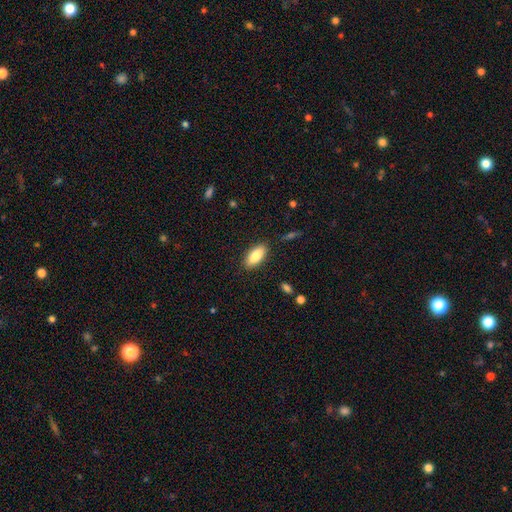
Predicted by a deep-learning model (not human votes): Smooth or featured?
  - smooth: 85% *
  - featured or disk: 9%
  - star or artifact: 6%
How rounded?
  - in between: 86% *
  - cigar-shaped: 12%
  - round: 2%
Merging?
  - none: 88% *
  - minor disturbance: 9%
  - major disturbance: 2%
  - merger: 1%